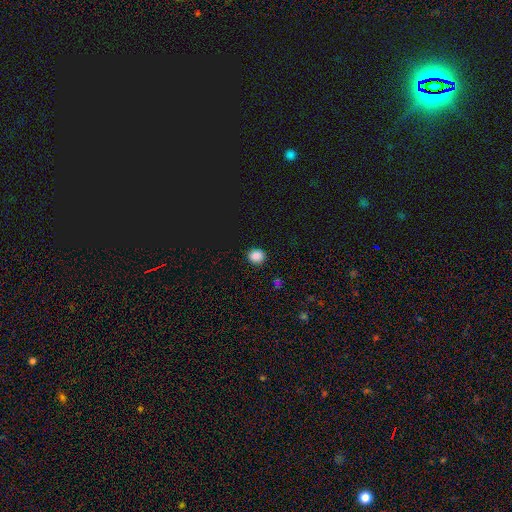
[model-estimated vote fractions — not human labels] The model was most divided on "how rounded": round: 81%, in between: 18%, cigar-shaped: 1%. More confident: merging — none (90%); smooth or featured — smooth (84%).